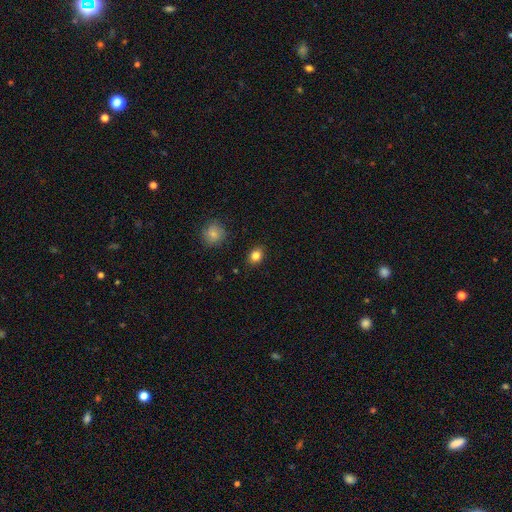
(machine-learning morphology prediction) The model was most divided on "how rounded": in between: 52%, round: 47%, cigar-shaped: 1%. More confident: merging — none (88%); smooth or featured — smooth (83%).